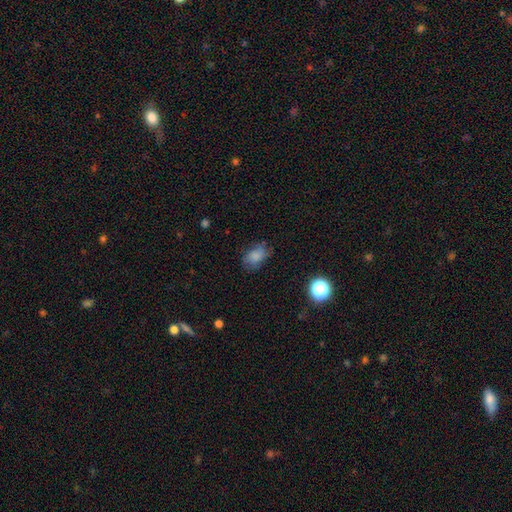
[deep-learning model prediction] Overall: smooth (80%). How rounded: in between (83%). Merging: none (65%; minor disturbance 25%).